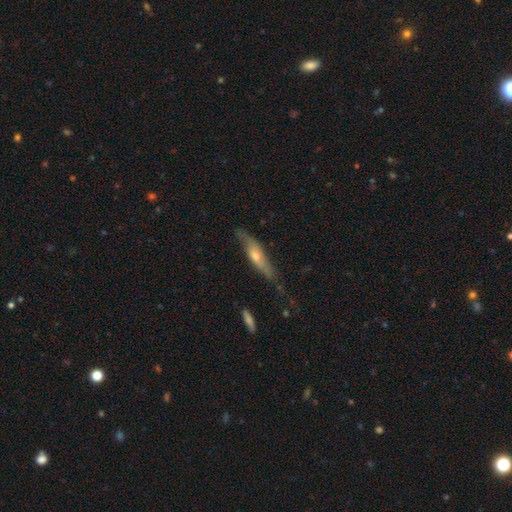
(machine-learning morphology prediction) Overall: featured or disk (57%; smooth 35%). Edge-on disk: yes (66%; no 34%). Merging: none (59%; minor disturbance 27%).